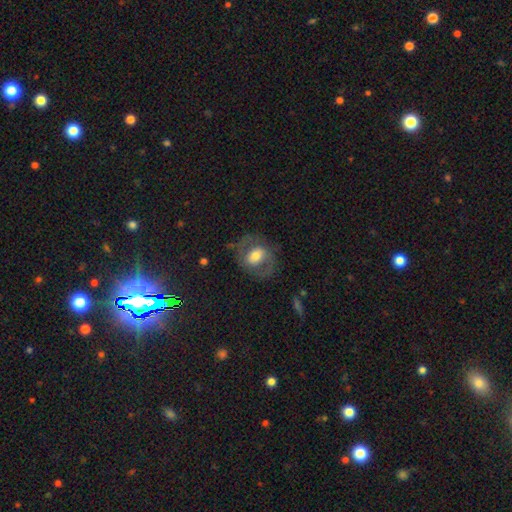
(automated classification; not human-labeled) A featured or disk galaxy (54%) with no bar (45%), spiral arms (64%) and a moderate central bulge (57%). Merging: none (66%).